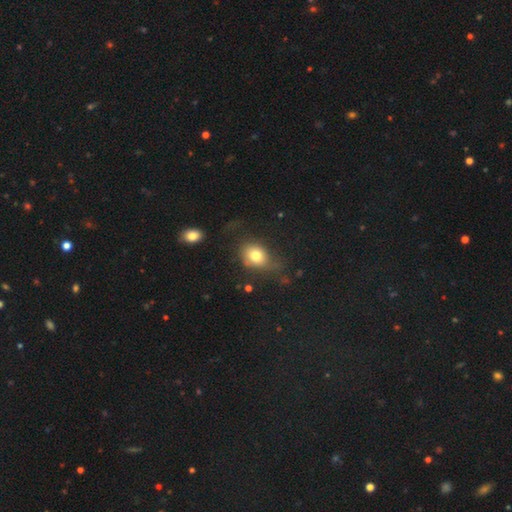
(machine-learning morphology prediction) This is likely a smooth galaxy (76%). How rounded: possibly round (50%). Merging: possibly none (50%).